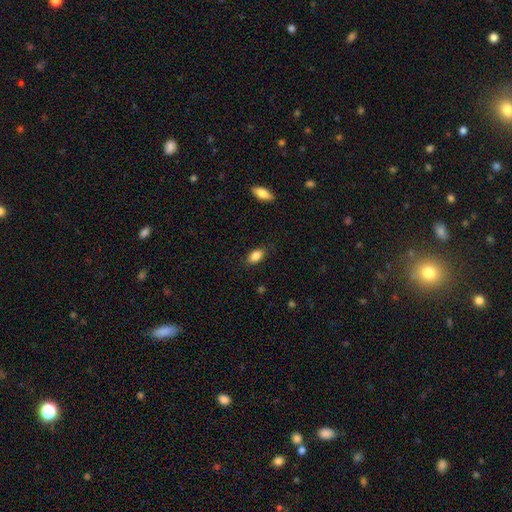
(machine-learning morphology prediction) smooth-or-featured: smooth: 87% | star or artifact: 8% | featured or disk: 6%
  how-rounded: in between: 89% | round: 8% | cigar-shaped: 3%
  merging: none: 84% | minor disturbance: 12% | major disturbance: 3% | merger: 1%